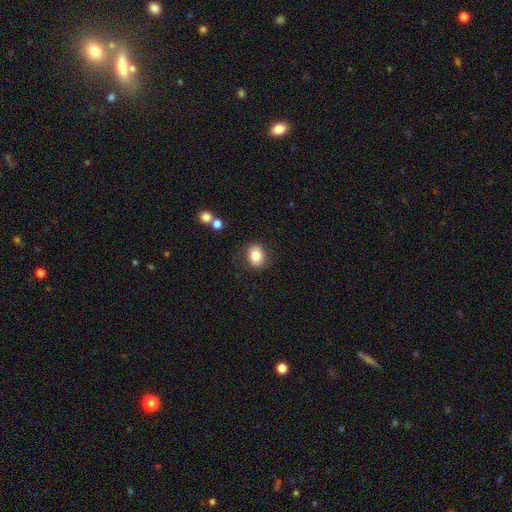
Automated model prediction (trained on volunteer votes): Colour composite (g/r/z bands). It shows a smooth galaxy with no disk features (81%) that is in between round and cigar-shaped (52%). Merging: none (80%).